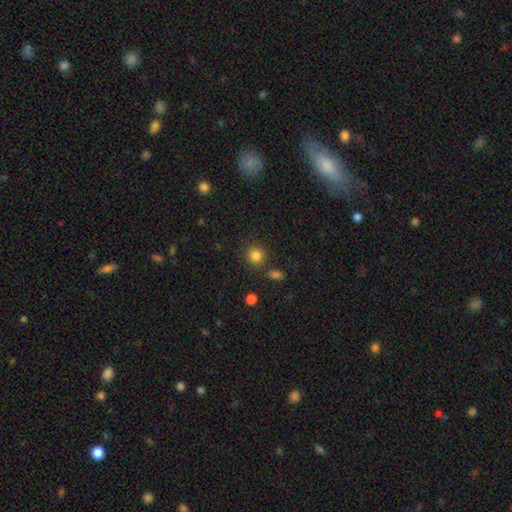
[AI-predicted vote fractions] smooth_or_featured: smooth (p=0.83) [alt: star or artifact p=0.12]
how_rounded: round (p=0.89) [alt: in between p=0.10]
merging: none (p=0.83) [alt: minor disturbance p=0.08]